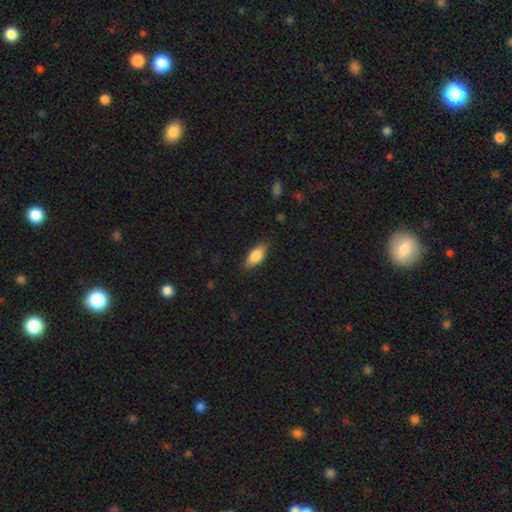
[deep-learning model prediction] Overall: smooth (84%). How rounded: in between (86%). Merging: none (81%).